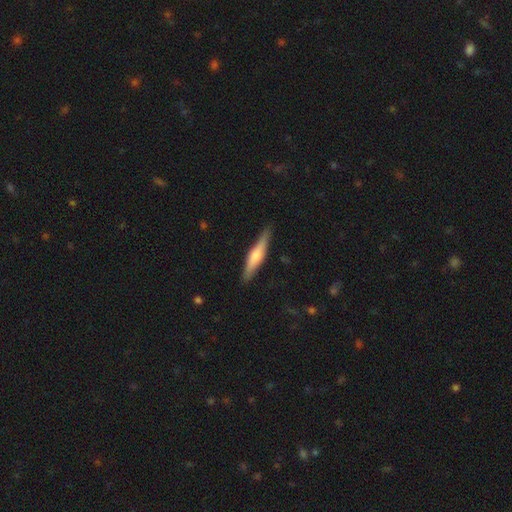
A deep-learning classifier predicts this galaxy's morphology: This appears to be a featured or disk galaxy (49%). Merging: none (87%).